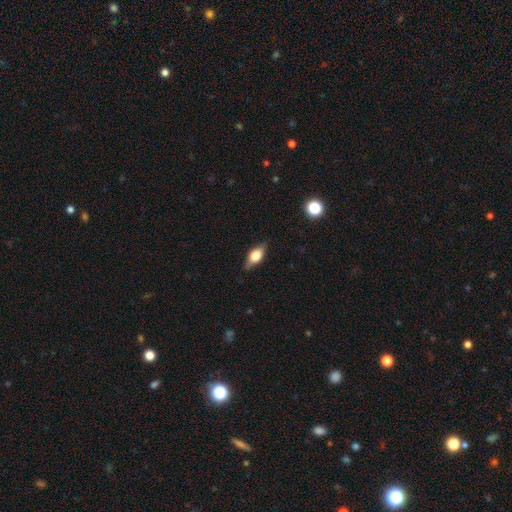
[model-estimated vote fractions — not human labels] This is possibly a smooth galaxy (58%). How rounded: likely in between (78%). Merging: likely none (78%).